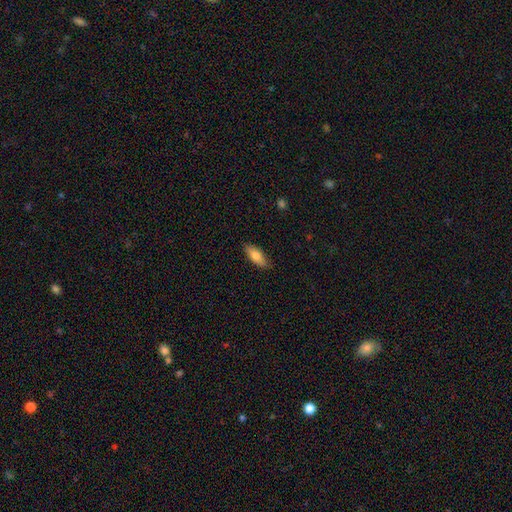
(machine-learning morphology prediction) Overall: smooth (75%). How rounded: in between (76%). Merging: none (85%).